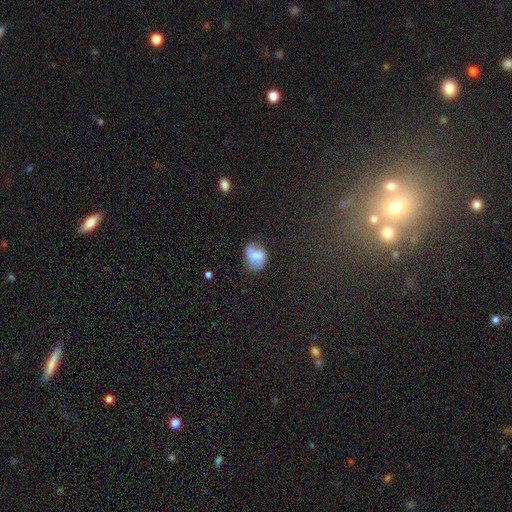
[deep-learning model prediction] A smooth galaxy with no disk features (50%). Merging: none (54%).